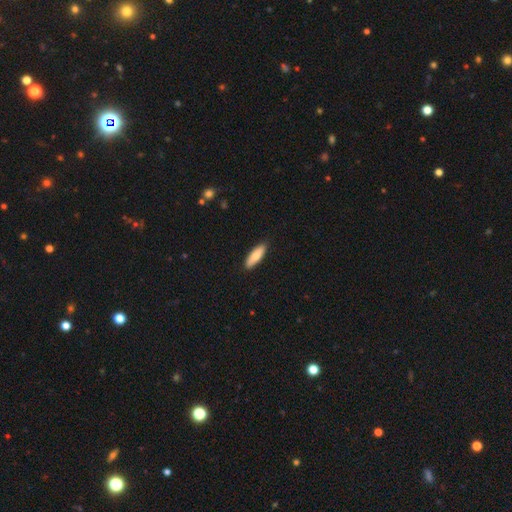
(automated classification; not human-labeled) Smooth or featured?
  - smooth: 79% *
  - featured or disk: 16%
  - star or artifact: 6%
How rounded?
  - in between: 51% *
  - cigar-shaped: 47%
  - round: 2%
Merging?
  - none: 88% *
  - minor disturbance: 9%
  - major disturbance: 2%
  - merger: 1%